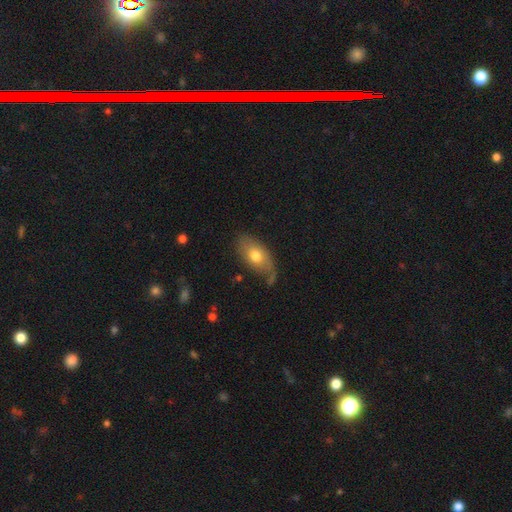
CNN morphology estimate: smooth_or_featured: smooth (p=0.66) [alt: featured or disk p=0.28]
how_rounded: in between (p=0.90) [alt: round p=0.06]
merging: none (p=0.59) [alt: minor disturbance p=0.26]